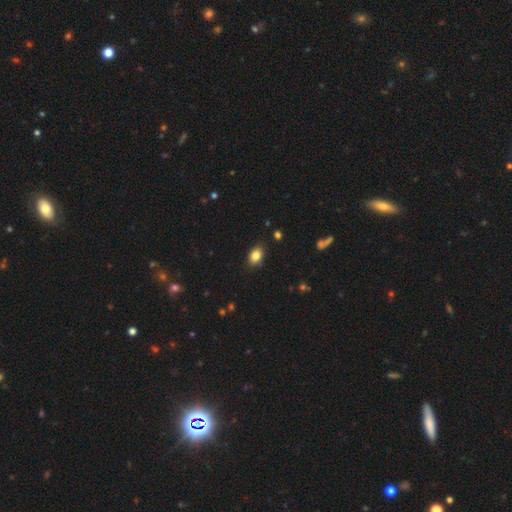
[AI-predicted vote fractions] Smooth or featured: smooth — 84% (star or artifact — 10%)
How rounded: in between — 77% (round — 22%)
Merging: none — 83% (minor disturbance — 13%)